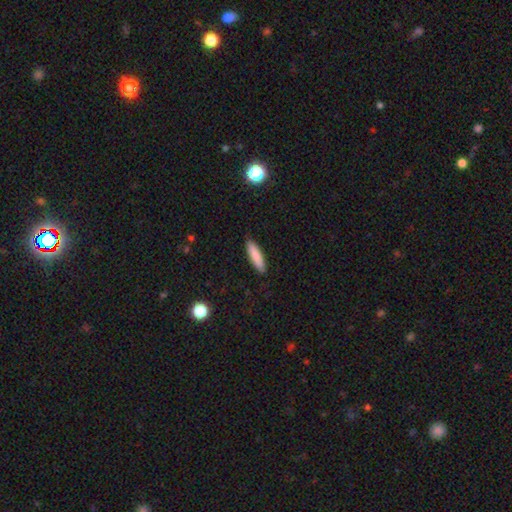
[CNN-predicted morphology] Smooth or featured: smooth — 86% (featured or disk — 8%)
How rounded: cigar-shaped — 75% (in between — 24%)
Merging: none — 89% (minor disturbance — 8%)